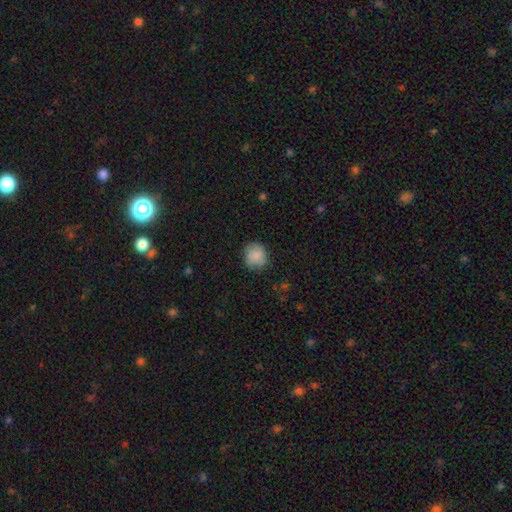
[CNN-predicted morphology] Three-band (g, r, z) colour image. It shows a smooth galaxy with no disk features (80%) that is round (83%). Merging: none (79%).